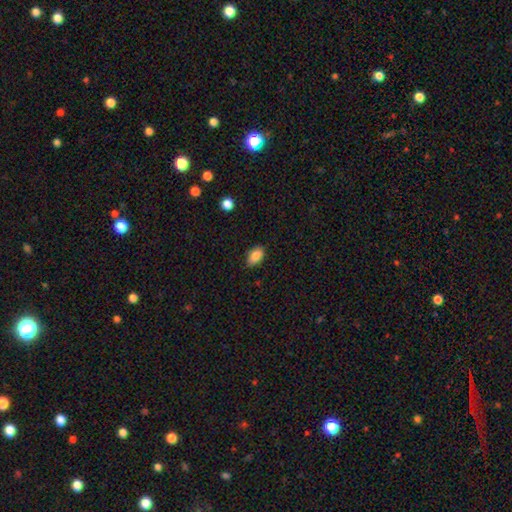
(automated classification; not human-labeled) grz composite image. It shows a smooth galaxy with no disk features (88%) that is in between round and cigar-shaped (91%). Merging: none (84%).